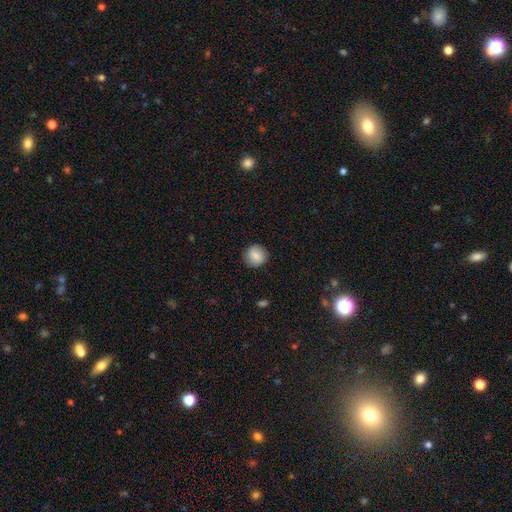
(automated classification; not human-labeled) Overall: smooth (82%). How rounded: round (90%). Merging: none (86%).